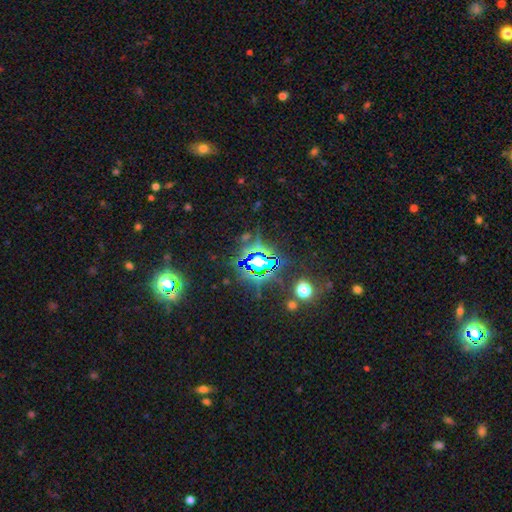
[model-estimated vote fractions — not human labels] Smooth or featured?
  - star or artifact: 76% *
  - smooth: 13%
  - featured or disk: 10%